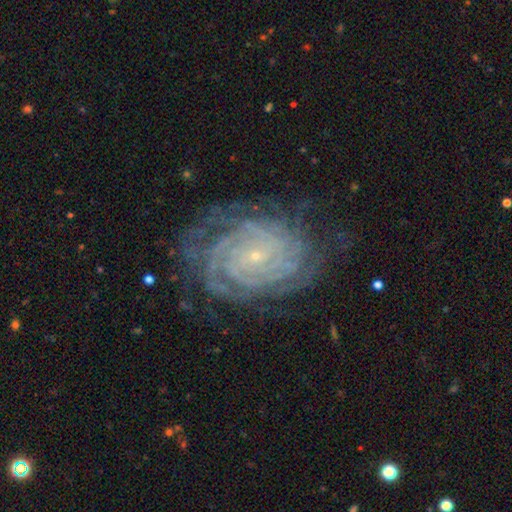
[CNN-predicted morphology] Overall: featured or disk (88%). Edge-on disk: no (97%). Bar: no (67%). Spiral arms: yes (98%). Spiral arm count: can't tell (26%; 4 21%). Spiral winding: tight (84%). Bulge size: small (89%). Merging: none (75%).